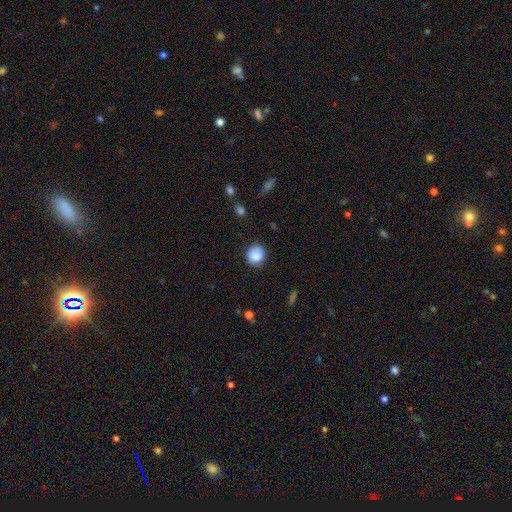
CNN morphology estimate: smooth-or-featured: smooth: 83% | star or artifact: 9% | featured or disk: 8%
  how-rounded: round: 79% | in between: 20% | cigar-shaped: 1%
  merging: none: 73% | minor disturbance: 19% | major disturbance: 5% | merger: 3%